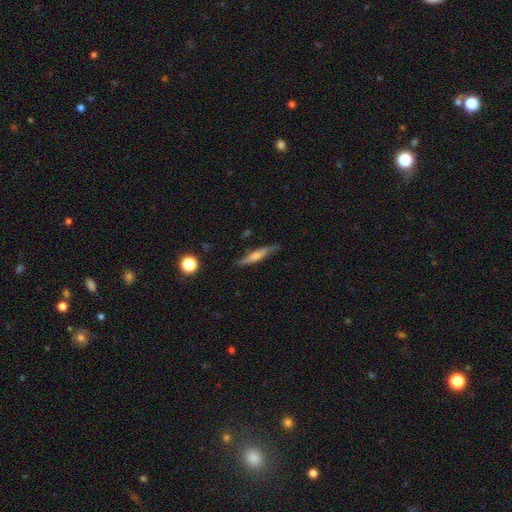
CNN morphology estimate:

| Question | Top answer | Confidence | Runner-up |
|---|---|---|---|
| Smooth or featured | featured or disk | 48% | smooth (45%) |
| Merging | none | 75% | minor disturbance (19%) |